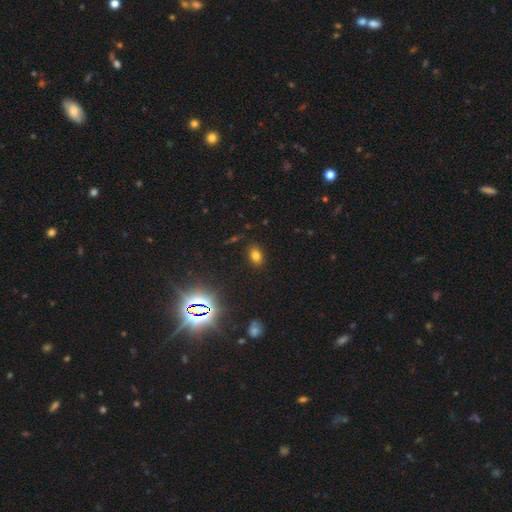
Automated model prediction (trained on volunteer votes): Smooth or featured?
  - smooth: 72% *
  - star or artifact: 21%
  - featured or disk: 7%
How rounded?
  - in between: 81% *
  - round: 17%
  - cigar-shaped: 2%
Merging?
  - none: 85% *
  - minor disturbance: 10%
  - major disturbance: 3%
  - merger: 2%